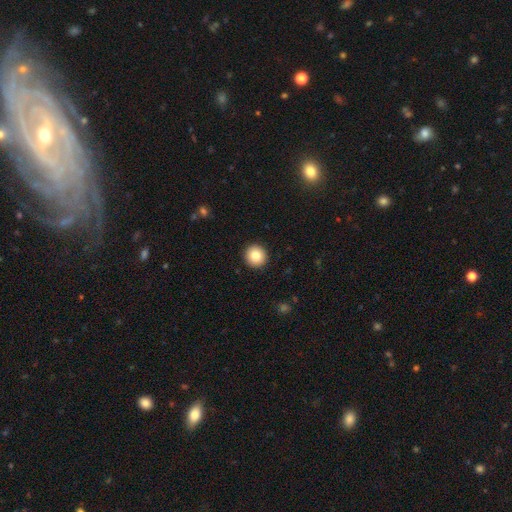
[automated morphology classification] smooth-or-featured: smooth: 84% | star or artifact: 9% | featured or disk: 7%
  how-rounded: round: 95% | in between: 4% | cigar-shaped: 1%
  merging: none: 93% | minor disturbance: 4% | major disturbance: 1% | merger: 1%